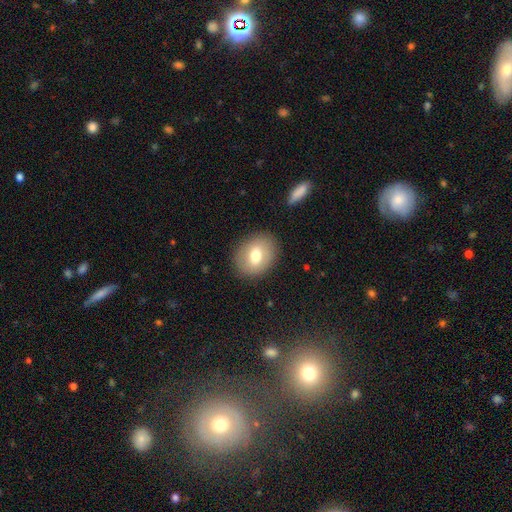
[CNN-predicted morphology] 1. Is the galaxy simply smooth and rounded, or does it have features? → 71% smooth, 21% featured or disk, 8% star or artifact.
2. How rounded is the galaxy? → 54% in between, 45% round, 1% cigar-shaped.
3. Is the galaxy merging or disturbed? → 86% none, 9% minor disturbance, 3% major disturbance, 1% merger.